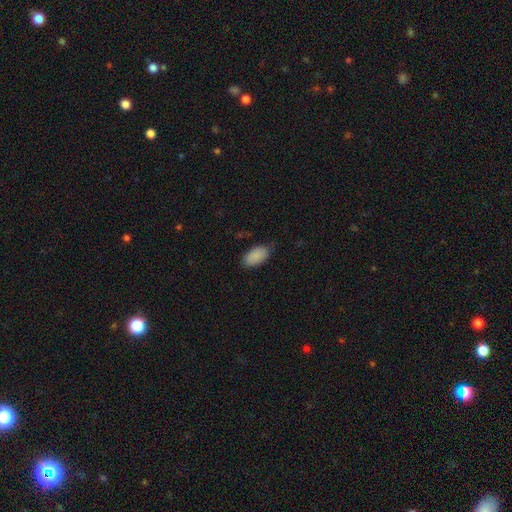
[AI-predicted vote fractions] This appears to be a smooth galaxy with no disk features (89%) that is in between round and cigar-shaped (95%). Merging: none (76%).